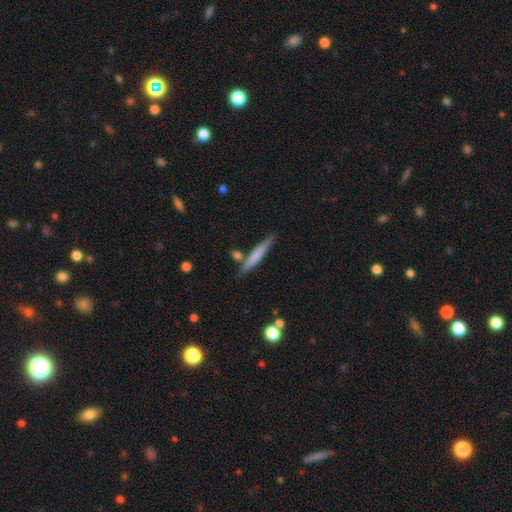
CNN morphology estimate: smooth 65%, featured or disk 30%, star or artifact 6%. Down the decision tree: how rounded — cigar-shaped (95%); merging — none (81%).